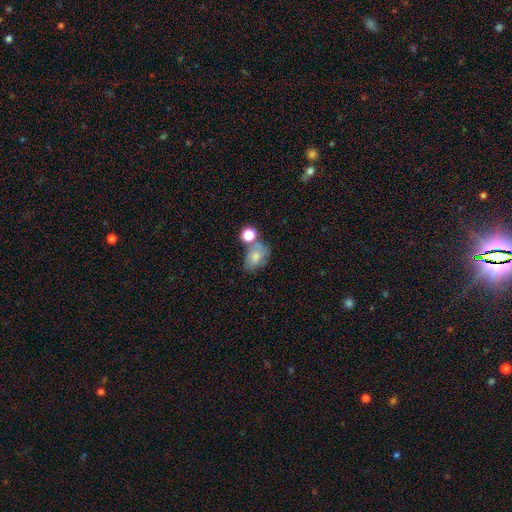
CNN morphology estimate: Smooth or featured? Predicted: smooth (p=0.67). How rounded? Predicted: in between (p=0.70). Merging? Predicted: none (p=0.37).